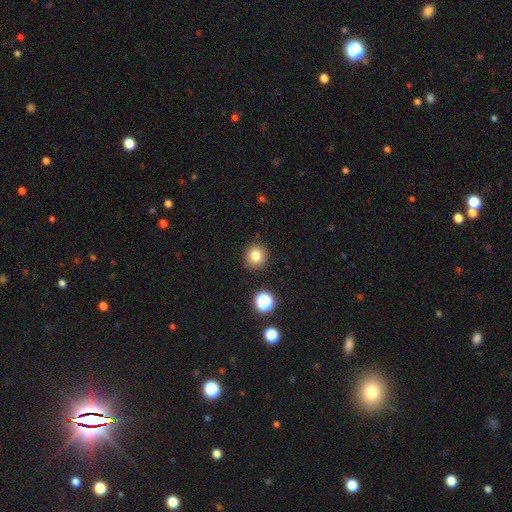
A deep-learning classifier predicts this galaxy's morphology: Smooth or featured? Predicted: smooth (p=0.80). How rounded? Predicted: round (p=0.90). Merging? Predicted: none (p=0.89).